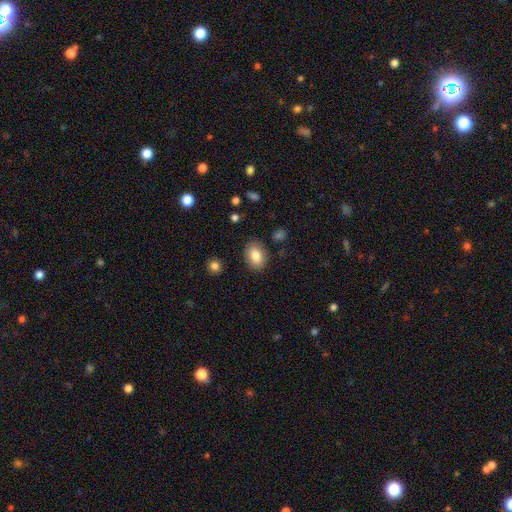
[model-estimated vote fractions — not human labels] Smooth or featured?
  - smooth: 84% *
  - featured or disk: 9%
  - star or artifact: 8%
How rounded?
  - in between: 80% *
  - round: 18%
  - cigar-shaped: 1%
Merging?
  - none: 86% *
  - minor disturbance: 10%
  - major disturbance: 3%
  - merger: 2%